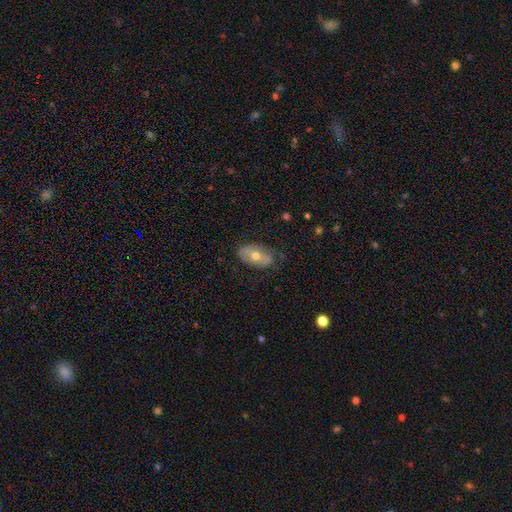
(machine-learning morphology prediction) Overall: smooth (46%, tied with featured or disk). Merging: none (69%).